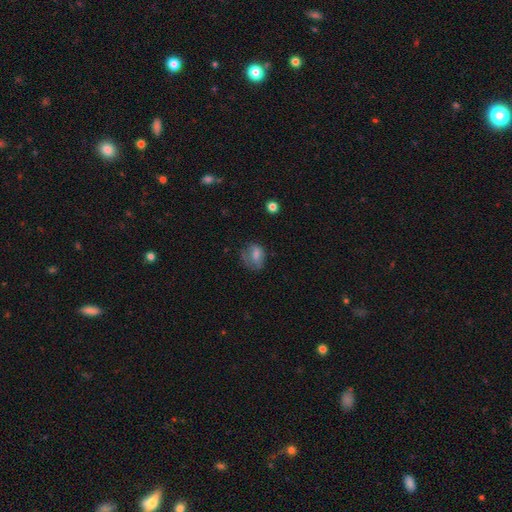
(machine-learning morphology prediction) A smooth galaxy with no disk features (67%) that is in between round and cigar-shaped (56%). Merging: none (45%).